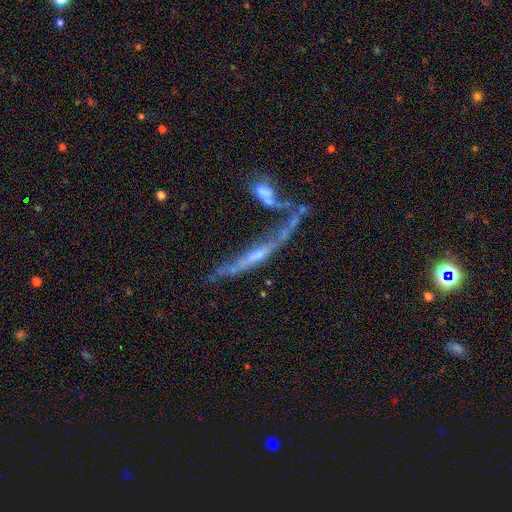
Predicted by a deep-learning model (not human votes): Overall: featured or disk (66%). Edge-on disk: yes (70%; no 30%). Merging: merger (33%; none 30%).